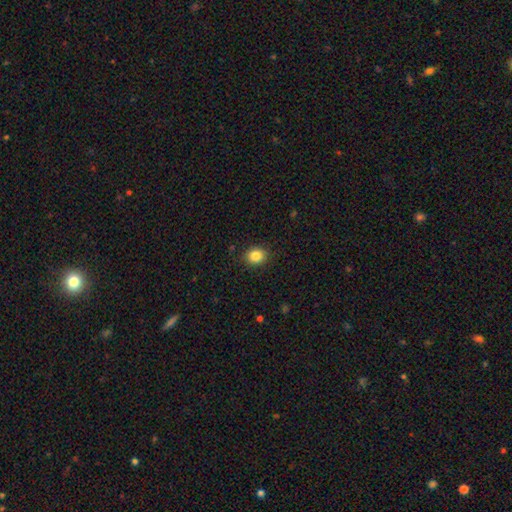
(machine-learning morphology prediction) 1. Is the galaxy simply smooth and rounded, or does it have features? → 85% smooth, 10% star or artifact, 5% featured or disk.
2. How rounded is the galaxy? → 69% round, 31% in between, 1% cigar-shaped.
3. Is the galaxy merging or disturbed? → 88% none, 9% minor disturbance, 2% major disturbance, 1% merger.